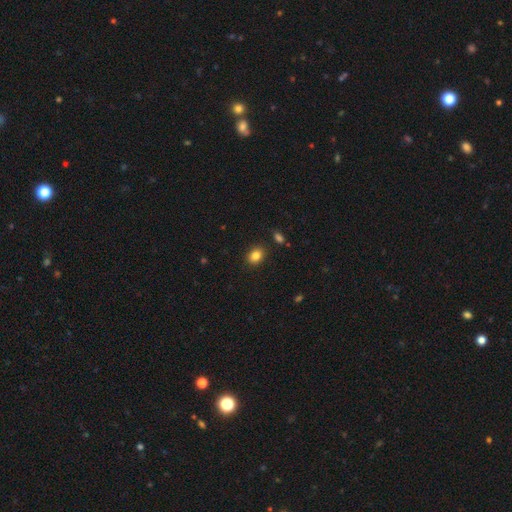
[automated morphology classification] Smooth or featured: smooth — 84% (star or artifact — 10%)
How rounded: in between — 53% (round — 46%)
Merging: none — 88% (minor disturbance — 8%)